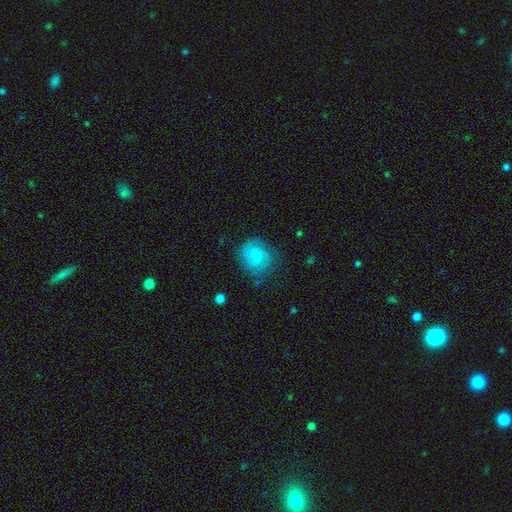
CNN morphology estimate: A featured or disk galaxy (59%) with no bar (51%), 2 (65%) tight (45%) spiral arms (92%) and a small central bulge (58%). Merging: none (74%).